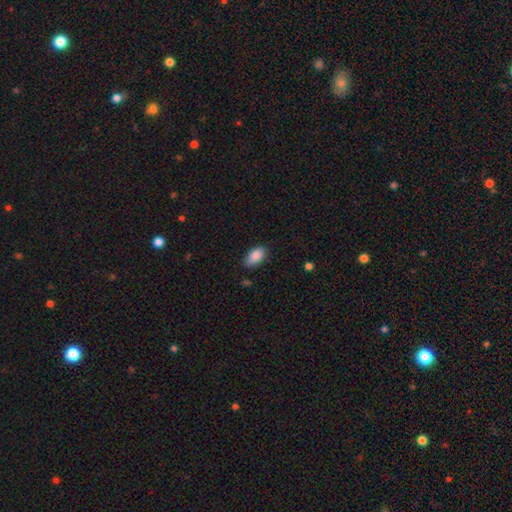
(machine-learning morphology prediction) This is clearly a smooth galaxy (87%). How rounded: clearly in between (93%). Merging: likely none (75%).